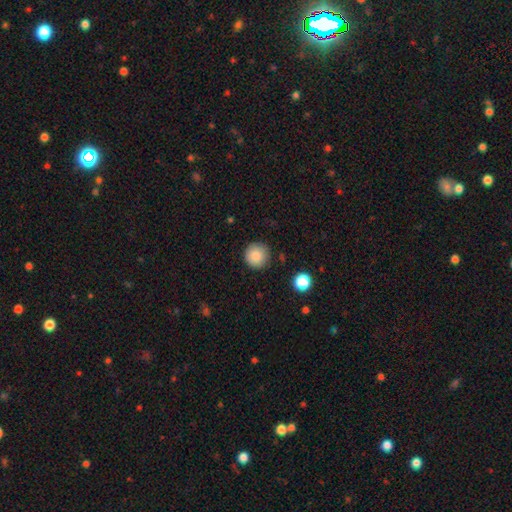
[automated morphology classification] smooth-or-featured: smooth: 86% | star or artifact: 9% | featured or disk: 5%
  how-rounded: round: 96% | in between: 3% | cigar-shaped: 1%
  merging: none: 88% | minor disturbance: 8% | major disturbance: 2% | merger: 2%